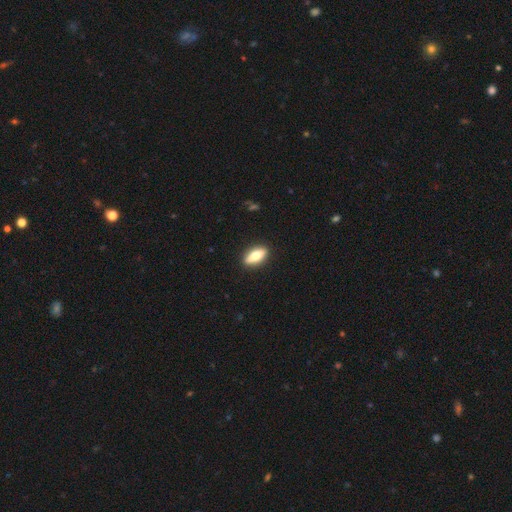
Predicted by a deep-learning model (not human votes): Smooth or featured? Predicted: smooth (p=0.57). How rounded? Predicted: in between (p=0.71). Merging? Predicted: none (p=0.89).